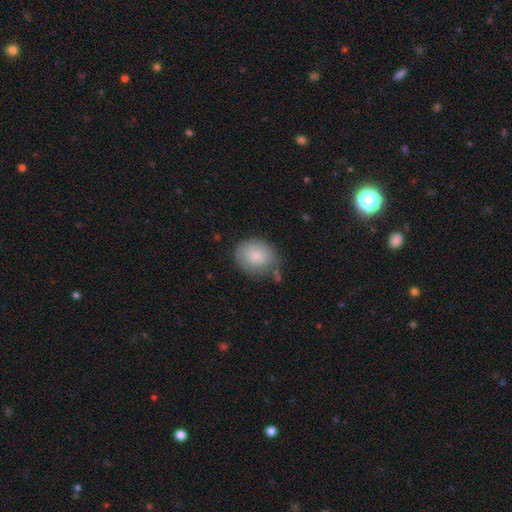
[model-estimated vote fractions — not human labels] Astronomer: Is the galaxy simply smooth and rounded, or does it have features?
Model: smooth — 82%.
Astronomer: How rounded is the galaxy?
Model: round — 59% (runner-up: in between, 40%).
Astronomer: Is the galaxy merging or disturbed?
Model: none — 64%.